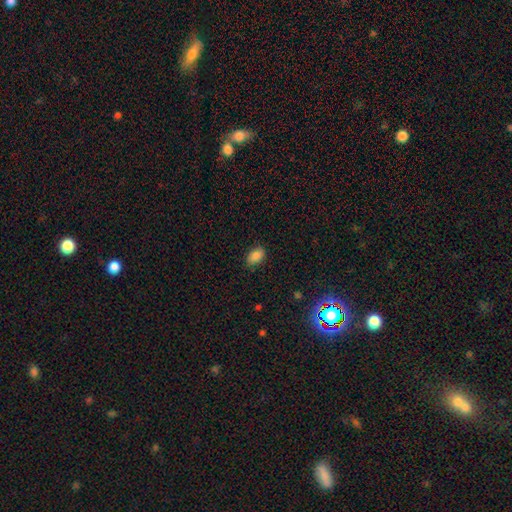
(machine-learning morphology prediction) Q: Smooth or featured?
A: smooth (85%); runner-up: star or artifact (9%)
Q: How rounded?
A: in between (87%); runner-up: round (12%)
Q: Merging?
A: none (83%); runner-up: minor disturbance (13%)